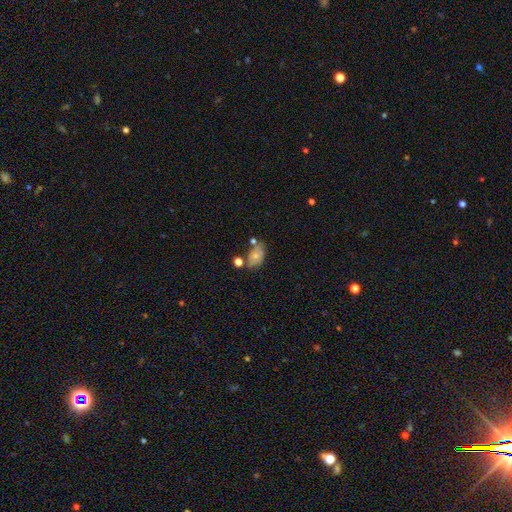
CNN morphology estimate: Smooth or featured? Predicted: smooth (p=0.64). How rounded? Predicted: in between (p=0.83). Merging? Predicted: none (p=0.48).